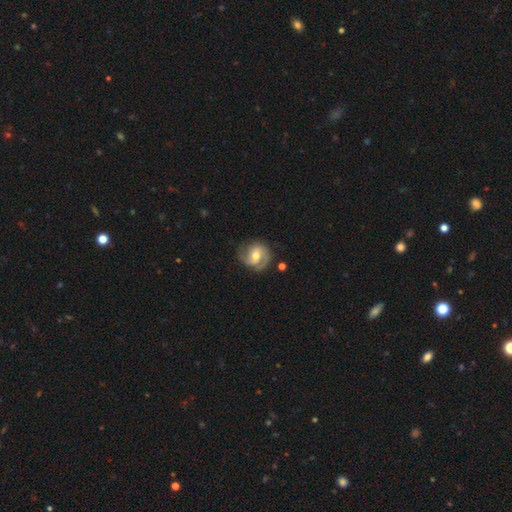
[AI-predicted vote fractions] A featured or disk galaxy (77%) with a weak bar (44%), 2 (74%) medium (47%) spiral arms (93%) and a moderate central bulge (68%). Merging: none (71%).